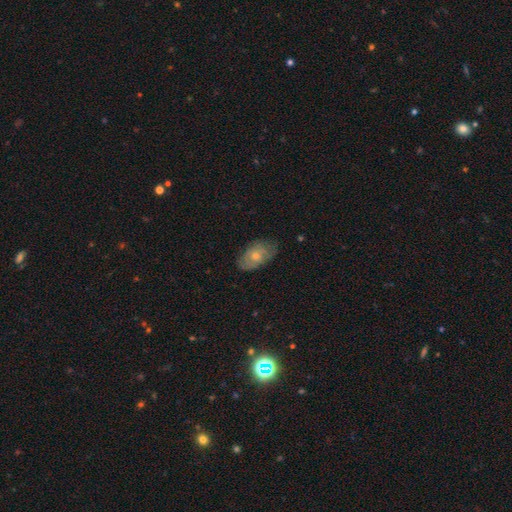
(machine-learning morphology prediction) This appears to be a smooth galaxy with no disk features (57%) that is in between round and cigar-shaped (90%). Merging: none (67%).